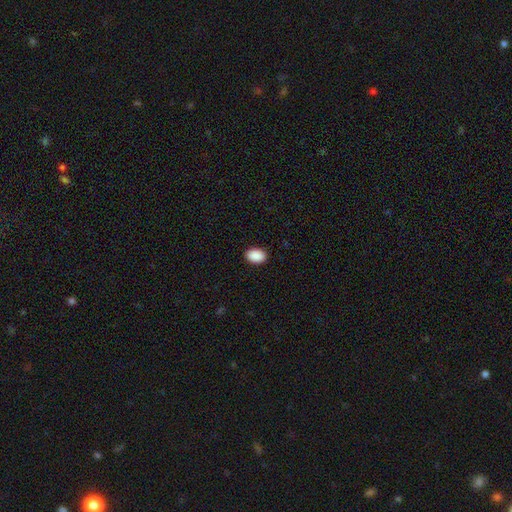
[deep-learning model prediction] Morphology: type=smooth (91%); roundness=in between (84%); merging=none (90%).